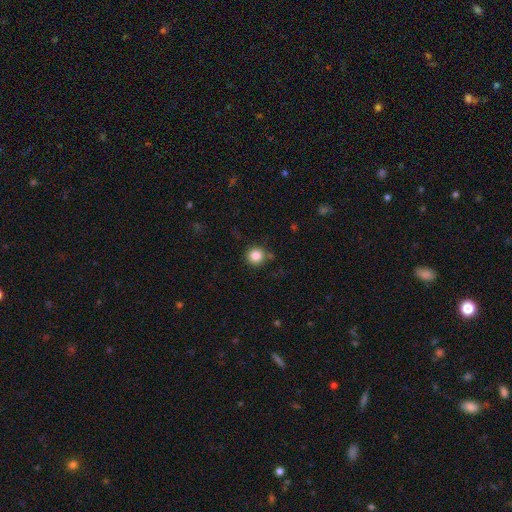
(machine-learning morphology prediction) This is clearly a smooth galaxy (85%). How rounded: clearly round (94%). Merging: clearly none (84%).